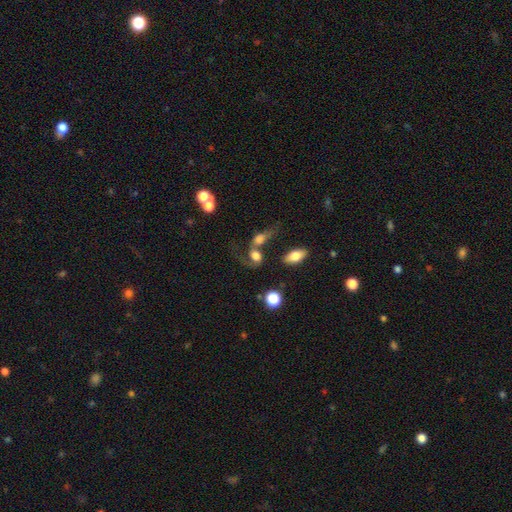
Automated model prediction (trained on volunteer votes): Morphology: type=smooth (55%); roundness=in between (59%); merging=merger (48%).